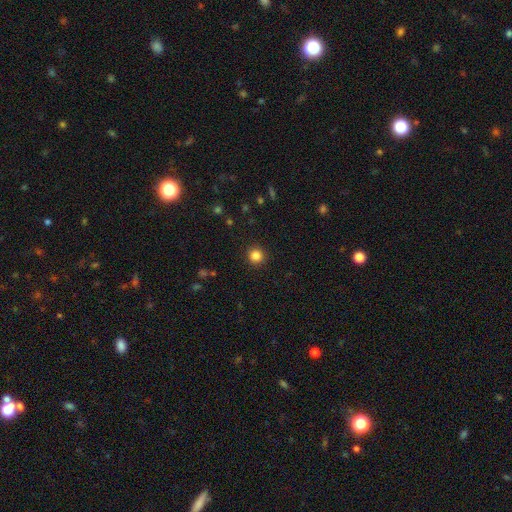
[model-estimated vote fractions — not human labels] Smooth or featured? smooth (84%)
How rounded? round (94%)
Merging? none (92%)